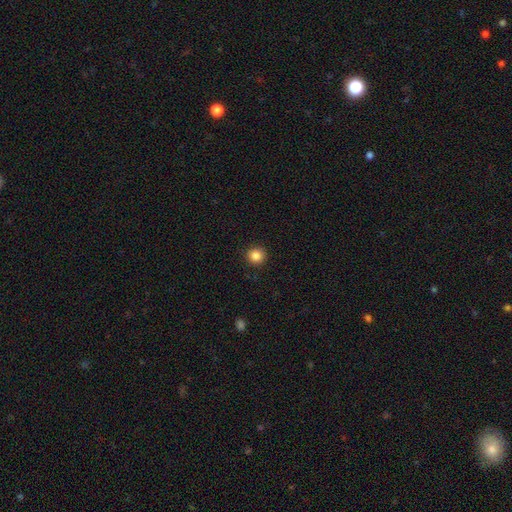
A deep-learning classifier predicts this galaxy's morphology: Smooth or featured? Predicted: smooth (p=0.85). How rounded? Predicted: round (p=0.93). Merging? Predicted: none (p=0.92).